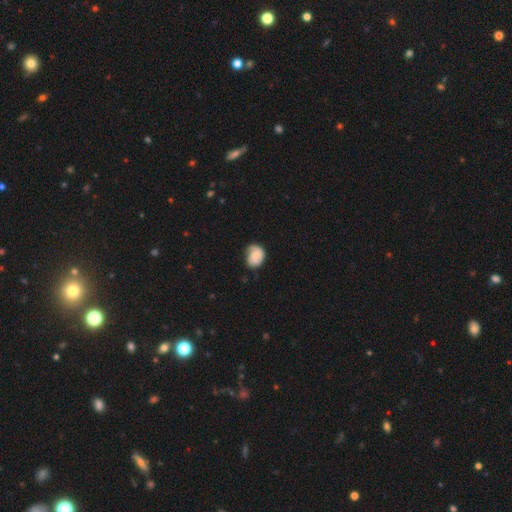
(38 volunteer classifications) Smooth or featured? smooth (55%)
How rounded? in between (81%)
Merging? minor disturbance (39%)